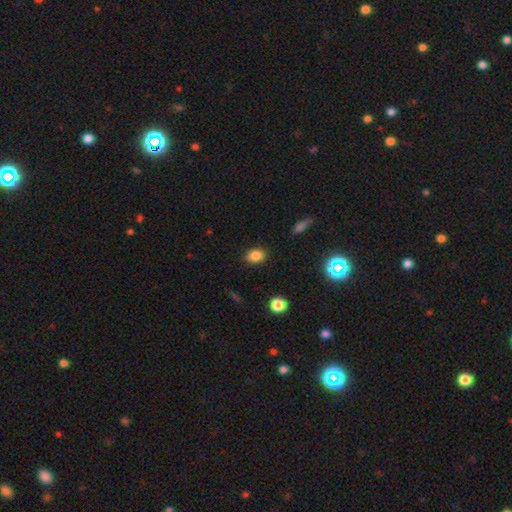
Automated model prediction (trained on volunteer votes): Q: Smooth or featured?
A: smooth (83%); runner-up: star or artifact (11%)
Q: How rounded?
A: in between (67%); runner-up: round (32%)
Q: Merging?
A: none (85%); runner-up: minor disturbance (12%)